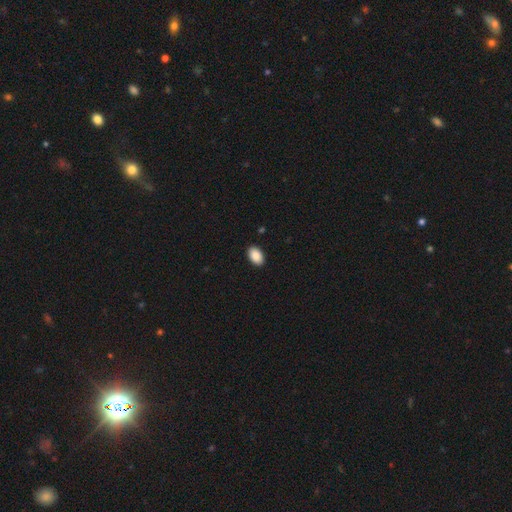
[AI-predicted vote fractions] This is clearly a smooth galaxy (90%). How rounded: clearly in between (91%). Merging: clearly none (90%).